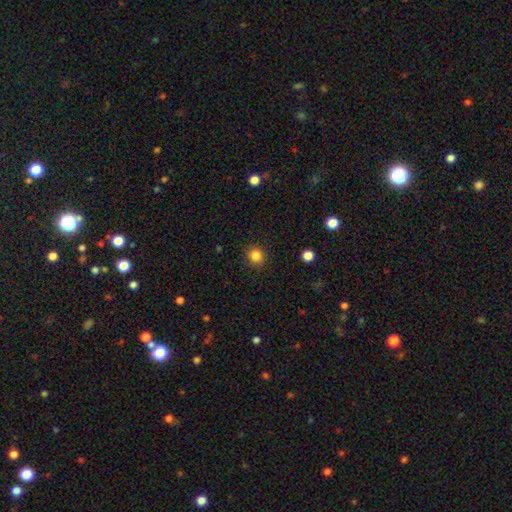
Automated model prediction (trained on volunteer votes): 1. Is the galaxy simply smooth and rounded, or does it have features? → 84% smooth, 12% star or artifact, 4% featured or disk.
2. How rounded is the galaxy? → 87% round, 12% in between, 1% cigar-shaped.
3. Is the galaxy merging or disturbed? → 91% none, 6% minor disturbance, 2% major disturbance, 1% merger.